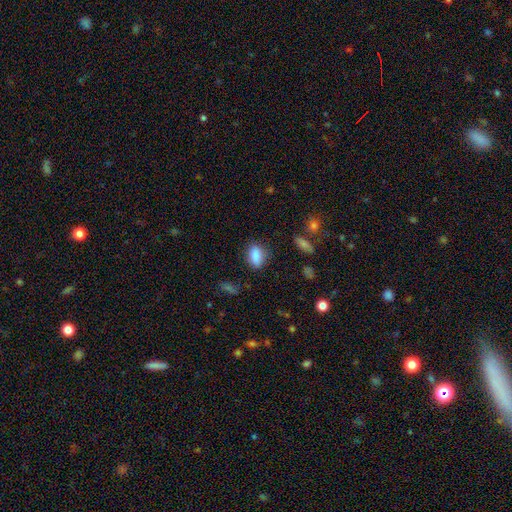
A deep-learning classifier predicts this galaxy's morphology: This appears to be a smooth galaxy with no disk features (86%) that is in between round and cigar-shaped (84%). Merging: none (79%).